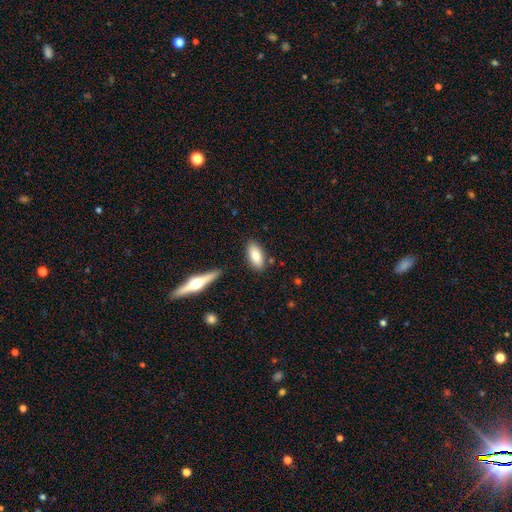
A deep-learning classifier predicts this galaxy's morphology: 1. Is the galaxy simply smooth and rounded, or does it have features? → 80% smooth, 14% featured or disk, 6% star or artifact.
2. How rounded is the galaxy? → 87% in between, 10% cigar-shaped, 2% round.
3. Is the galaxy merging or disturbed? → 83% none, 11% minor disturbance, 4% merger, 2% major disturbance.